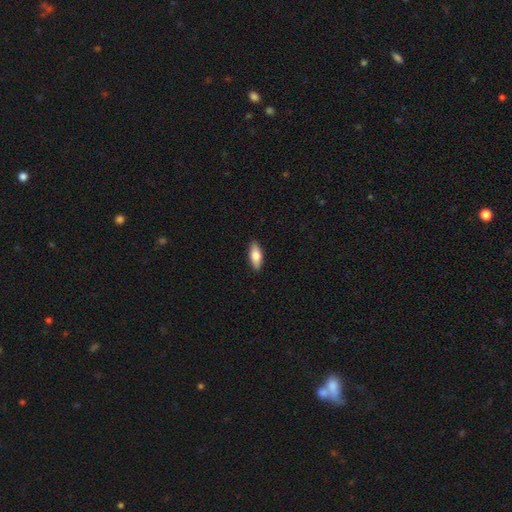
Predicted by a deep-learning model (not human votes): smooth-or-featured: smooth: 79% | featured or disk: 16% | star or artifact: 6%
  how-rounded: in between: 77% | cigar-shaped: 20% | round: 2%
  merging: none: 89% | minor disturbance: 8% | major disturbance: 2% | merger: 1%